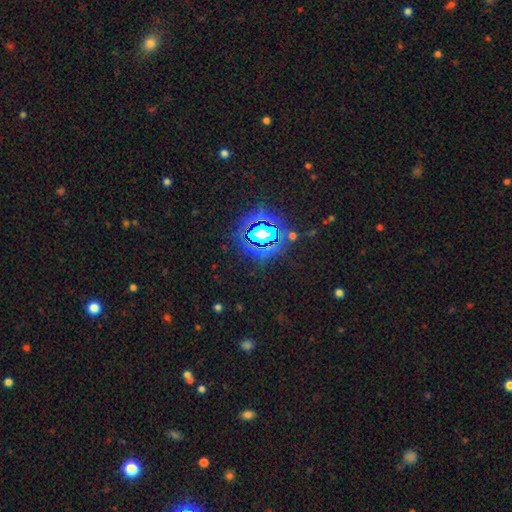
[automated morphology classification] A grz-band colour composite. It shows a star or artifact, not a galaxy (83%).